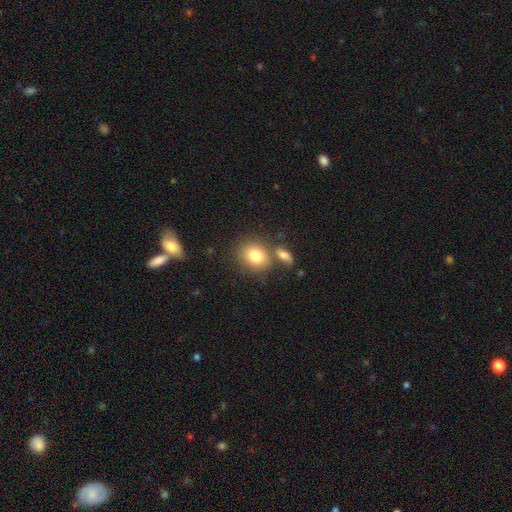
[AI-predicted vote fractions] Morphology: type=smooth (80%); roundness=round (65%); merging=none (65%).